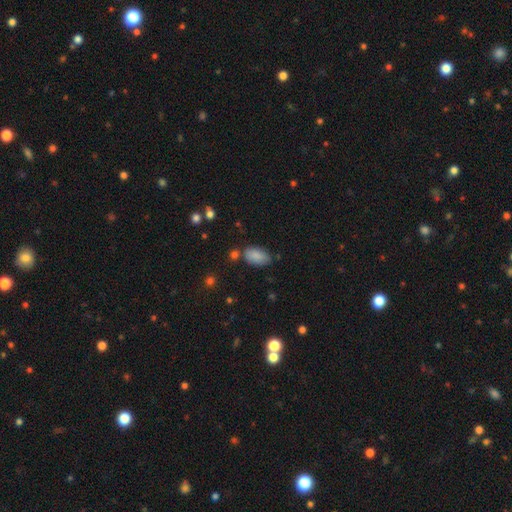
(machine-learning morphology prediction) Smooth or featured?
  - smooth: 86% *
  - star or artifact: 8%
  - featured or disk: 6%
How rounded?
  - in between: 93% *
  - round: 4%
  - cigar-shaped: 2%
Merging?
  - none: 69% *
  - minor disturbance: 20%
  - merger: 6%
  - major disturbance: 4%